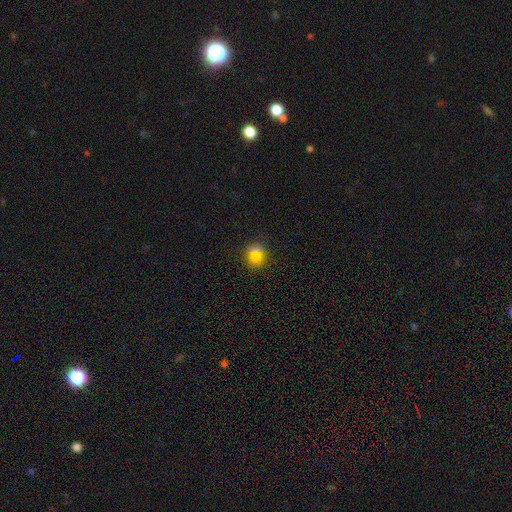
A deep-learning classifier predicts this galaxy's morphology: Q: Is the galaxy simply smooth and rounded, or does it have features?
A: smooth — 74%.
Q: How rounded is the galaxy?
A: round — 91%.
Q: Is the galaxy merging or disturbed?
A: none — 81%.